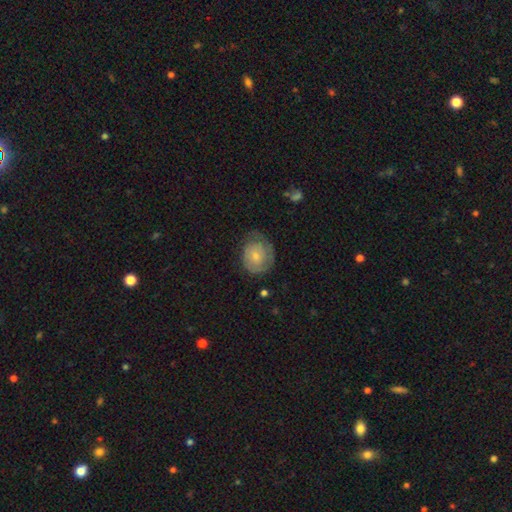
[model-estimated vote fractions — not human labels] A featured or disk galaxy (49%).

Vote fractions:
- Smooth or featured? featured or disk: 49% / smooth: 44% / star or artifact: 7%
- Merging? none: 56% / minor disturbance: 28% / major disturbance: 15% / merger: 1%